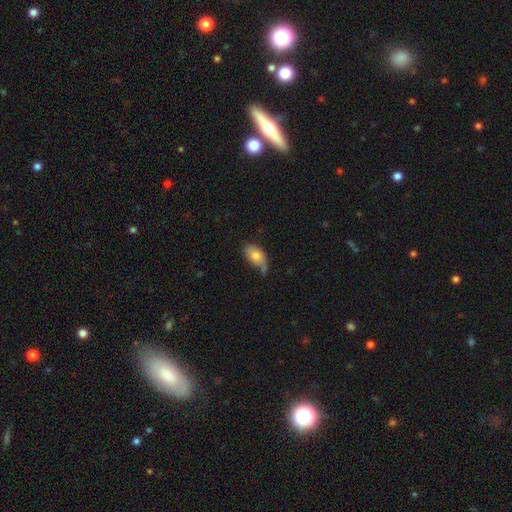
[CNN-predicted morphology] type=smooth (79%); roundness=in between (91%); merging=none (47%).